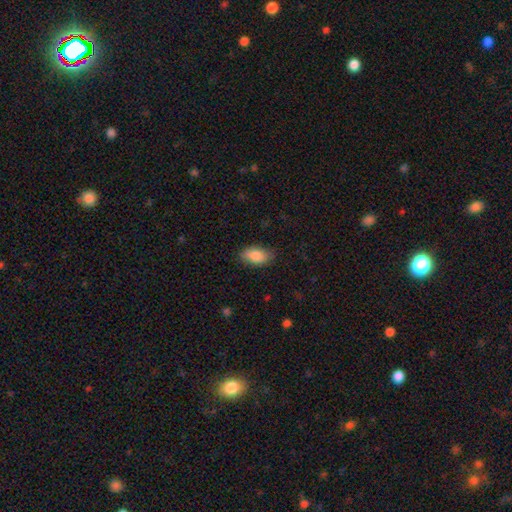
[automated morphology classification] A smooth galaxy with no disk features (86%) that is in between round and cigar-shaped (92%). Merging: none (81%).